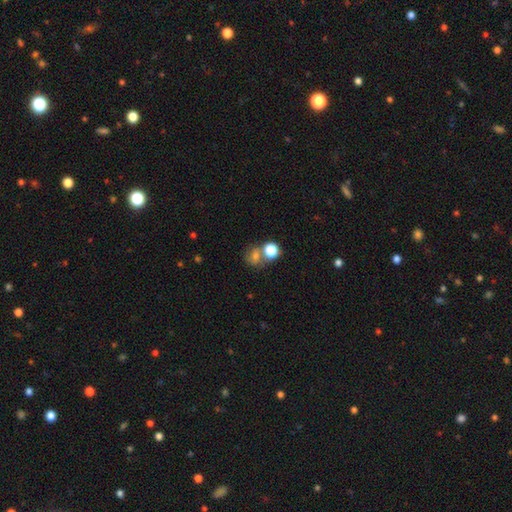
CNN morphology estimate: A smooth galaxy with no disk features (62%) that is round (67%). Merging: none (45%).